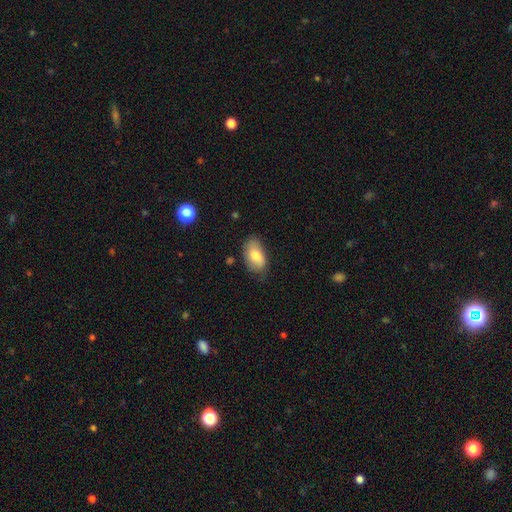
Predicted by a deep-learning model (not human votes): A smooth galaxy with no disk features (77%) that is in between round and cigar-shaped (93%).

Vote fractions:
- Smooth or featured? smooth: 77% / featured or disk: 16% / star or artifact: 7%
- How rounded? in between: 93% / round: 6% / cigar-shaped: 2%
- Merging? none: 72% / minor disturbance: 22% / major disturbance: 4% / merger: 2%